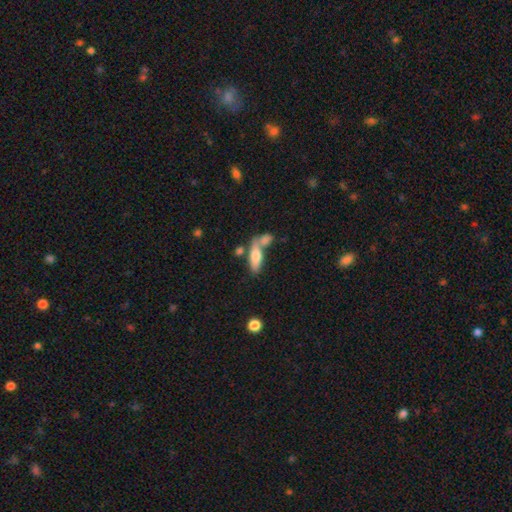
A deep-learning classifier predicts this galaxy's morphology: Smooth or featured?
  - smooth: 69% *
  - featured or disk: 24%
  - star or artifact: 7%
How rounded?
  - in between: 57% *
  - cigar-shaped: 39%
  - round: 3%
Merging?
  - none: 43% *
  - merger: 38%
  - minor disturbance: 13%
  - major disturbance: 6%